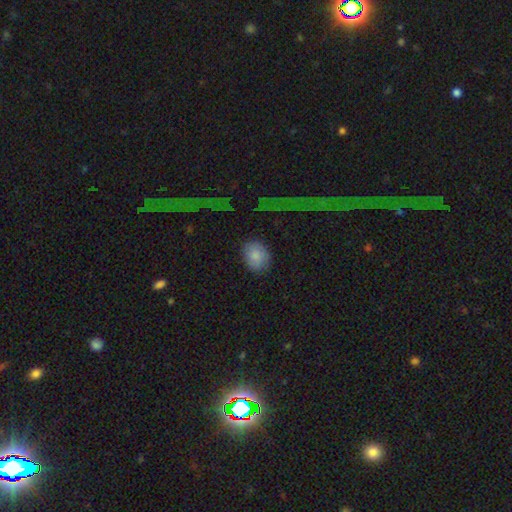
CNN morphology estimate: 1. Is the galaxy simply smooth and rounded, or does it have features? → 83% smooth, 9% featured or disk, 7% star or artifact.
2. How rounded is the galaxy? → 52% in between, 46% round, 1% cigar-shaped.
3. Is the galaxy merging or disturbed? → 80% none, 15% minor disturbance, 4% major disturbance, 2% merger.